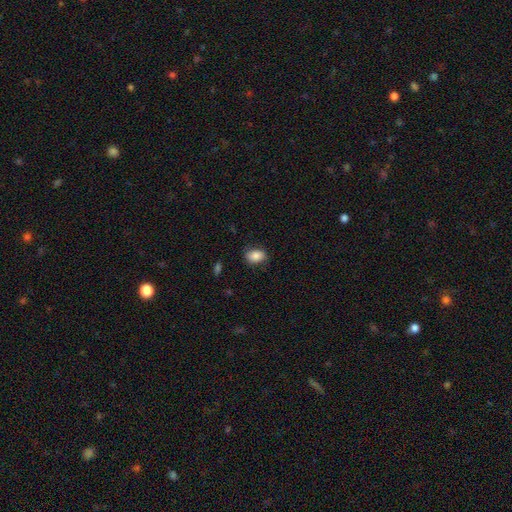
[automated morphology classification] This appears to be a smooth galaxy with no disk features (85%) that is in between round and cigar-shaped (81%). Merging: none (79%).